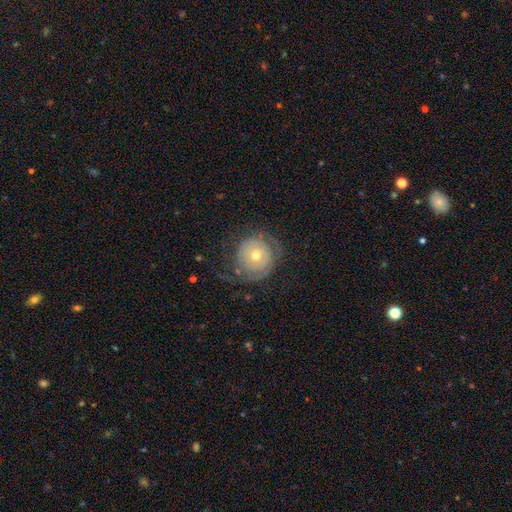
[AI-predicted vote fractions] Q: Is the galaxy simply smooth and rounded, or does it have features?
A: featured or disk — 56%.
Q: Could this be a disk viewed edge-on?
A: no — 97%.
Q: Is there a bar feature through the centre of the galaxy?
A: no — 85%.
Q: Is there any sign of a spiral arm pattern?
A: yes — 63%.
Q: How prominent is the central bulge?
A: moderate — 49%.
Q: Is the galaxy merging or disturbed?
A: none — 62%.